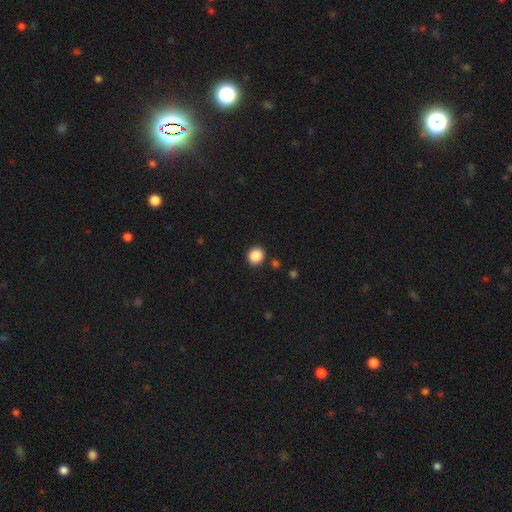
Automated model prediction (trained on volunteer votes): This is clearly a smooth galaxy (87%). How rounded: clearly round (87%). Merging: clearly none (90%).